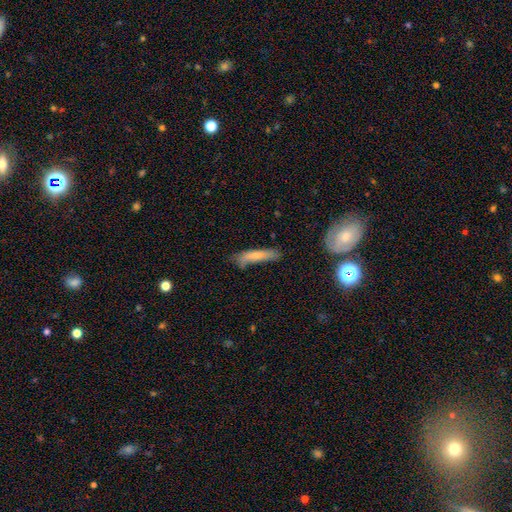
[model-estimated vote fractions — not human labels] Smooth or featured? Predicted: smooth (p=0.69). How rounded? Predicted: cigar-shaped (p=0.79). Merging? Predicted: none (p=0.56).